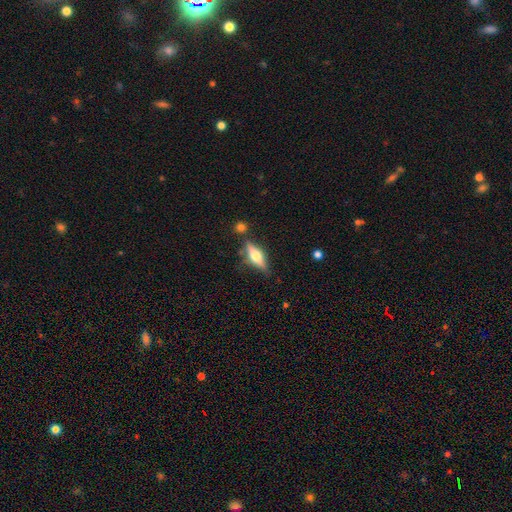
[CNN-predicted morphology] This is possibly a featured or disk galaxy (54%). It is clearly viewed edge-on (91%). Merging: likely none (73%).